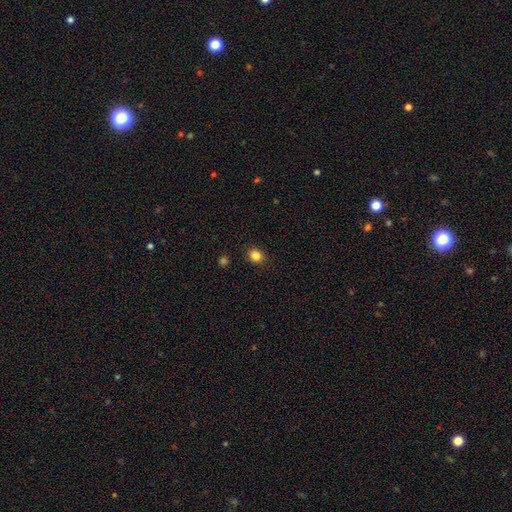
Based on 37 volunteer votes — Smooth or featured?
  - smooth: 89% *
  - featured or disk: 5%
  - star or artifact: 5%
How rounded?
  - round: 82% *
  - in between: 18%
  - cigar-shaped: 0%
Merging?
  - none: 91% *
  - minor disturbance: 6%
  - merger: 3%
  - major disturbance: 0%